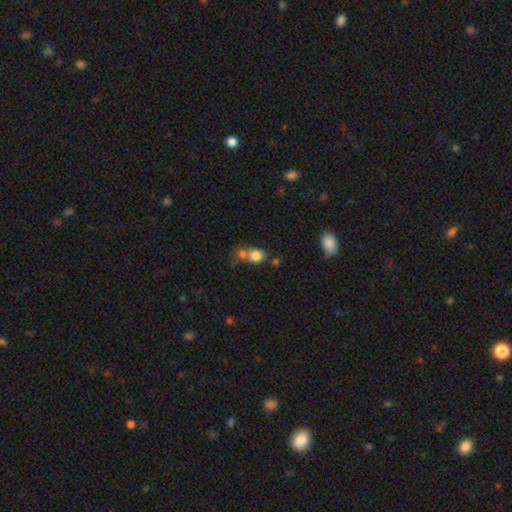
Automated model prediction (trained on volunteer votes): Morphology: type=smooth (80%); roundness=round (68%); merging=merger (46%).